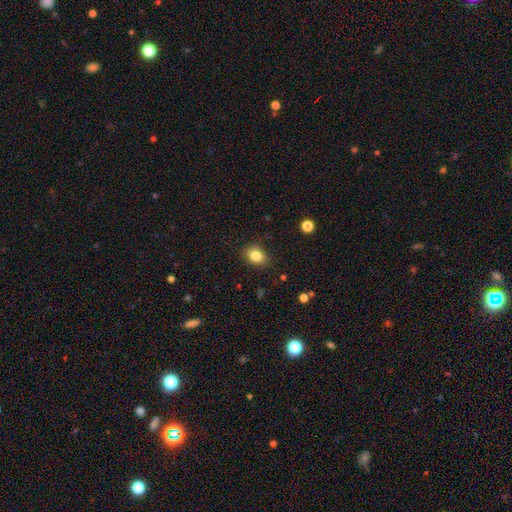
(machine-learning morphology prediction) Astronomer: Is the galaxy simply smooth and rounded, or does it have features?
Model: smooth — 84%.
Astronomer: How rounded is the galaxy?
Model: in between — 61% (runner-up: round, 38%).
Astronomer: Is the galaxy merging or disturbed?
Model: none — 85%.